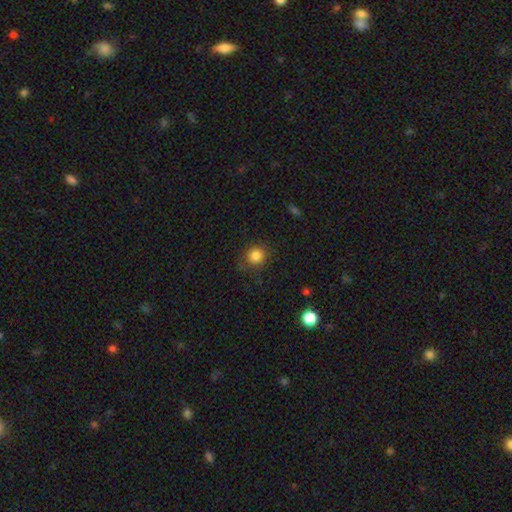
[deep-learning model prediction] Smooth or featured? smooth (84%)
How rounded? round (88%)
Merging? none (83%)